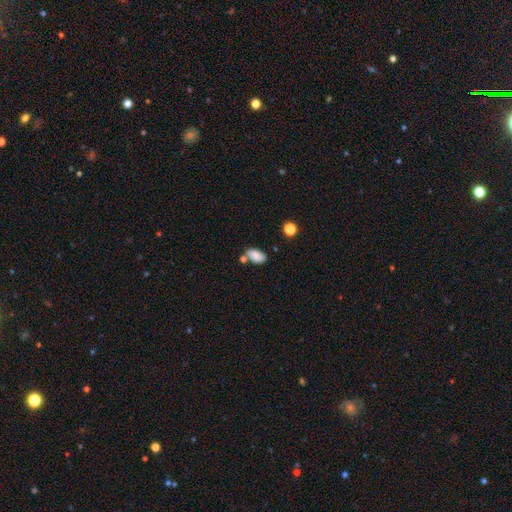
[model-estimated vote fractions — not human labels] Morphology: type=smooth (81%); roundness=in between (92%); merging=none (60%).